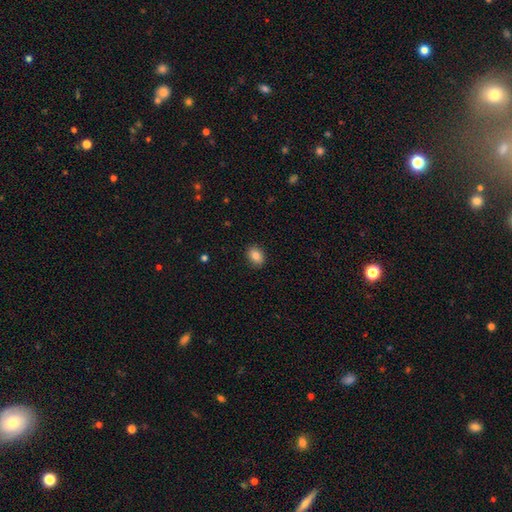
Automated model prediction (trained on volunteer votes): Smooth or featured? smooth (84%)
How rounded? in between (69%)
Merging? none (89%)